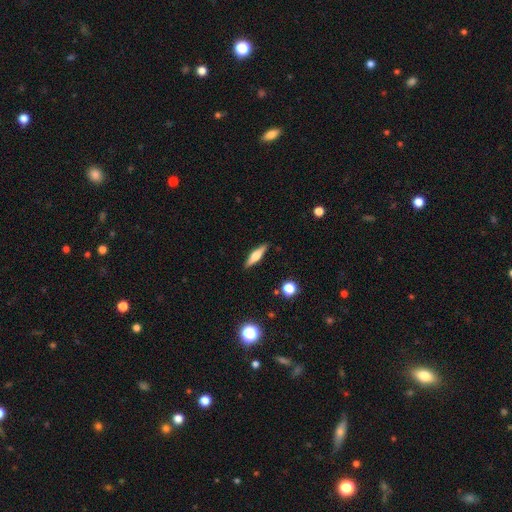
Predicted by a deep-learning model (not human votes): The model was most divided on "smooth or featured": smooth: 48%, featured or disk: 45%, star or artifact: 7%. More confident: merging — none (89%).